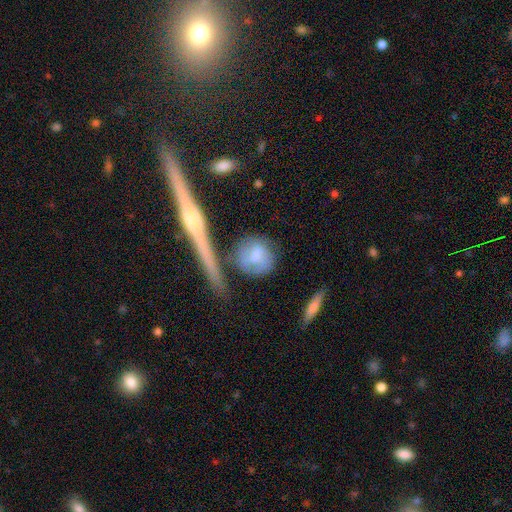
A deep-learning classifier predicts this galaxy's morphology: Q: Smooth or featured?
A: smooth (60%); runner-up: featured or disk (33%)
Q: How rounded?
A: round (73%); runner-up: in between (20%)
Q: Merging?
A: none (58%); runner-up: minor disturbance (20%)